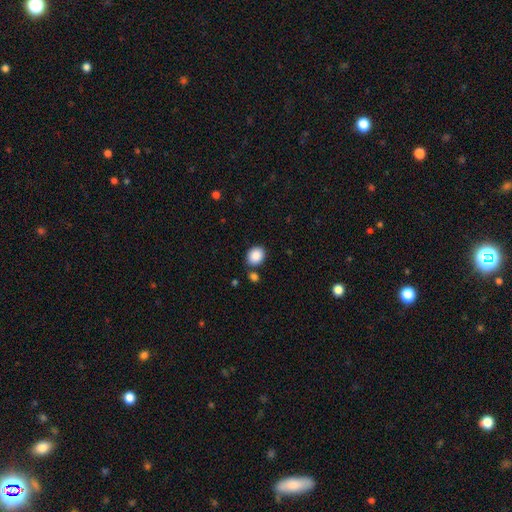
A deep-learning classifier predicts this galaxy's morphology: This appears to be a smooth galaxy with no disk features (88%) that is round (57%). Merging: none (78%).